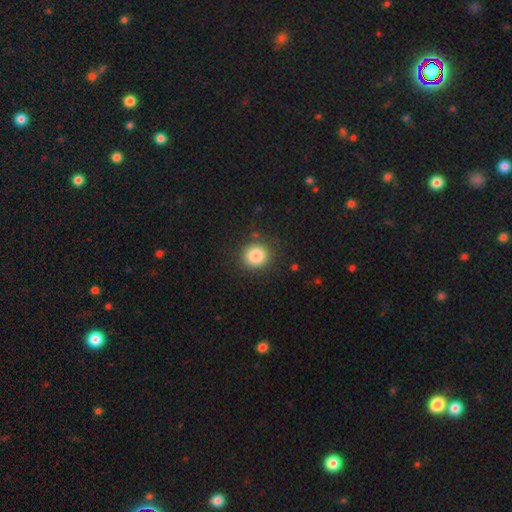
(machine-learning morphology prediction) The model was most divided on "smooth or featured": smooth: 85%, star or artifact: 10%, featured or disk: 6%. More confident: how rounded — round (92%); merging — none (89%).